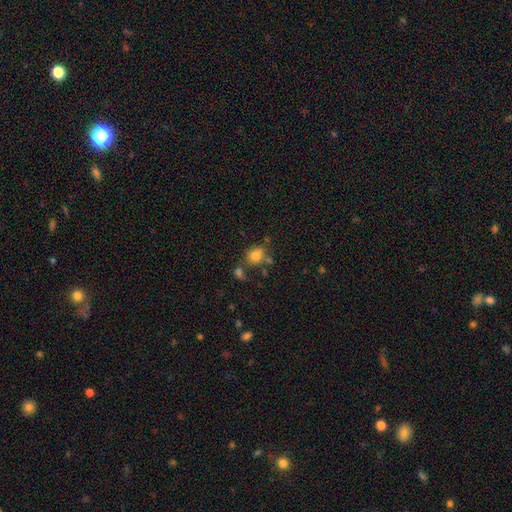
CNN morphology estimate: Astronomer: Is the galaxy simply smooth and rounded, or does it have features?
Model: smooth — 77%.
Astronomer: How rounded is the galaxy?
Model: round — 60% (runner-up: in between, 39%).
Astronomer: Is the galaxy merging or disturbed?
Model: none — 56%.